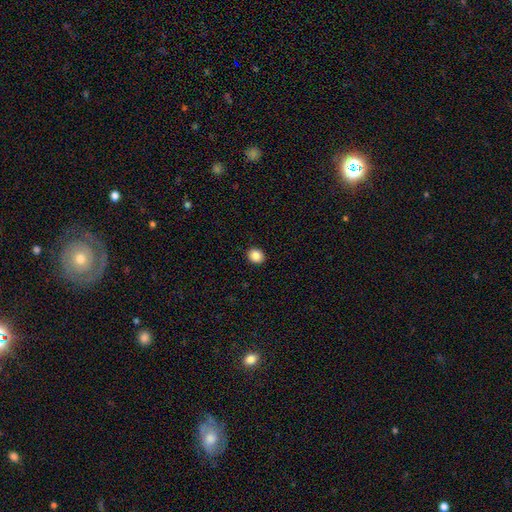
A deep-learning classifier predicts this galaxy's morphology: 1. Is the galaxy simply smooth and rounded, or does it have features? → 86% smooth, 10% star or artifact, 4% featured or disk.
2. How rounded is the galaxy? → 71% round, 28% in between, 1% cigar-shaped.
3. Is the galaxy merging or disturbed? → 92% none, 5% minor disturbance, 2% major disturbance, 1% merger.